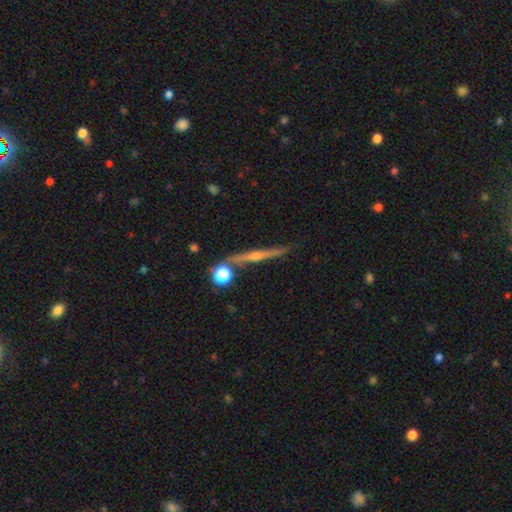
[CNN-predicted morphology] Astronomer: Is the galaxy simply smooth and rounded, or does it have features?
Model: featured or disk — 78%.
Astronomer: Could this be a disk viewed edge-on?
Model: yes — 97%.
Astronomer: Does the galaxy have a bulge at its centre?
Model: rounded — 87%.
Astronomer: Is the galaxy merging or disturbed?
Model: none — 82%.